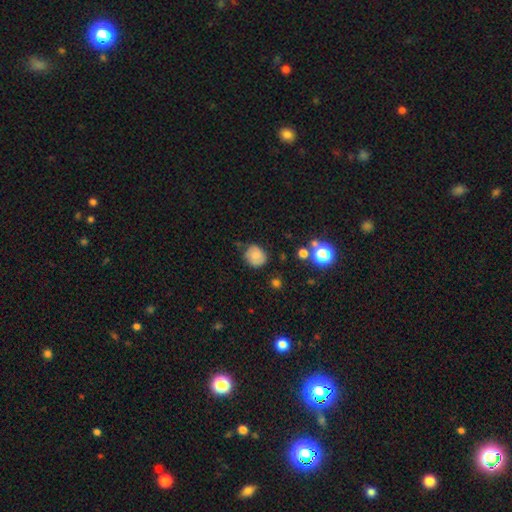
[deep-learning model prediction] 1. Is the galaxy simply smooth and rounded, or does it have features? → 71% smooth, 19% featured or disk, 11% star or artifact.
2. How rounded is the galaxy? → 75% round, 24% in between, 1% cigar-shaped.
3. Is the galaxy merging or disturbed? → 70% none, 23% minor disturbance, 5% major disturbance, 3% merger.